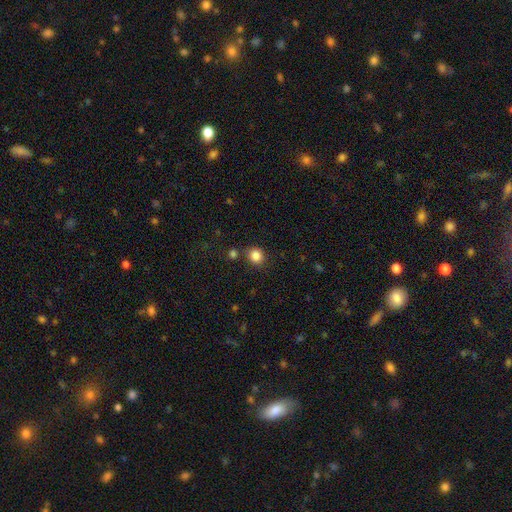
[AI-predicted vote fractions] smooth_or_featured: smooth (p=0.86) [alt: star or artifact p=0.10]
how_rounded: round (p=0.82) [alt: in between p=0.17]
merging: none (p=0.81) [alt: minor disturbance p=0.09]